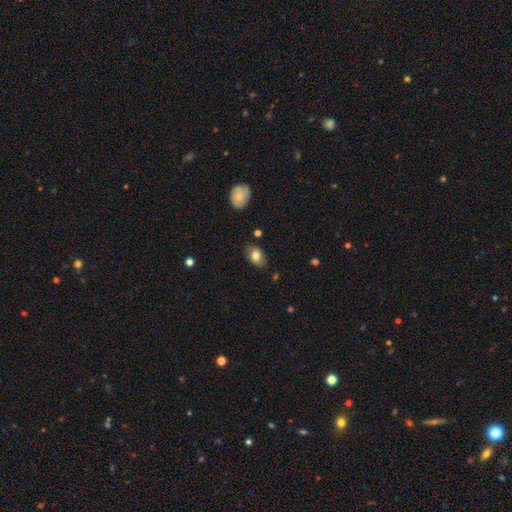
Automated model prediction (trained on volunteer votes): Smooth or featured? Predicted: smooth (p=0.80). How rounded? Predicted: in between (p=0.83). Merging? Predicted: none (p=0.73).